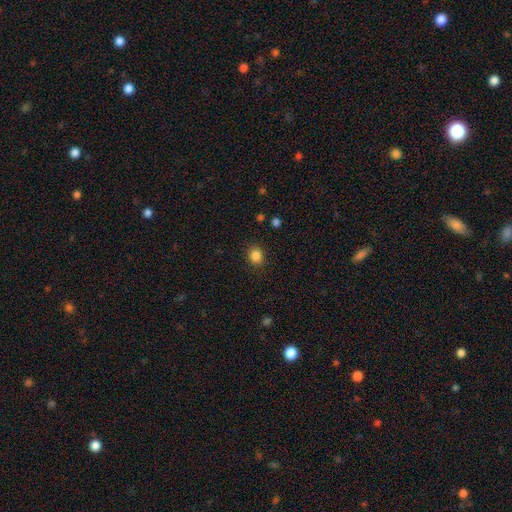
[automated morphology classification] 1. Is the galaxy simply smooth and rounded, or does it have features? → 85% smooth, 11% star or artifact, 4% featured or disk.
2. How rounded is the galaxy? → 69% round, 31% in between, 1% cigar-shaped.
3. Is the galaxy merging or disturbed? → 88% none, 8% minor disturbance, 3% major disturbance, 1% merger.